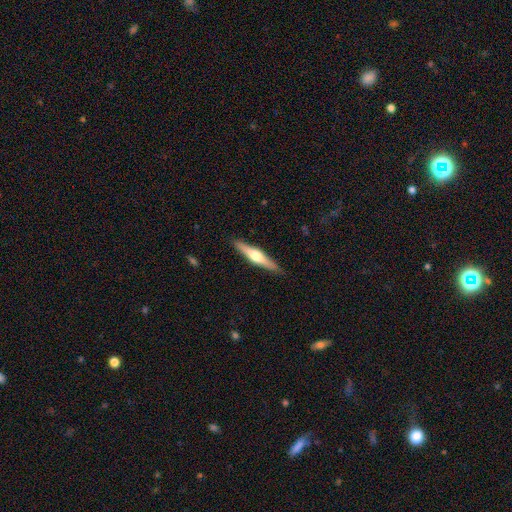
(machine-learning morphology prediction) A featured or disk galaxy (62%) viewed edge-on (97%) with a rounded central bulge (91%). Merging: none (89%).